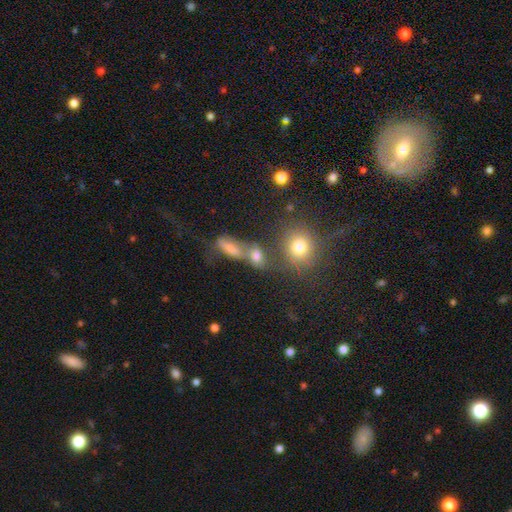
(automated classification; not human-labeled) The model was most divided on "how rounded": in between: 47%, round: 37%, cigar-shaped: 16%. Remaining: smooth or featured — smooth (61%); merging — none (45%).